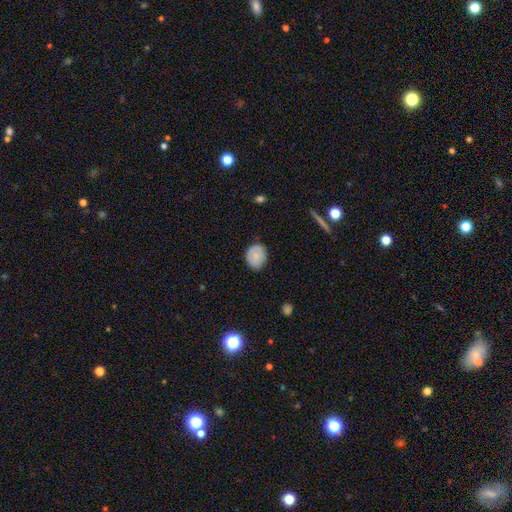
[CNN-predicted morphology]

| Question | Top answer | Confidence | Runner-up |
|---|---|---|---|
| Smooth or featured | smooth | 74% | featured or disk (19%) |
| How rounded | round | 59% | in between (40%) |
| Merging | none | 78% | minor disturbance (17%) |